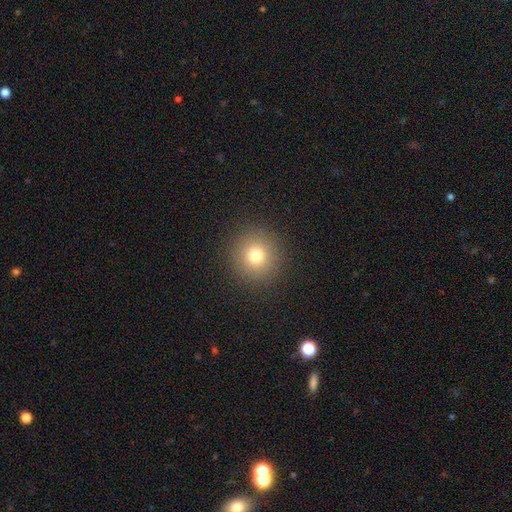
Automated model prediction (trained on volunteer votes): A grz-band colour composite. It shows a smooth galaxy with no disk features (75%) that is round (94%). Merging: none (91%).